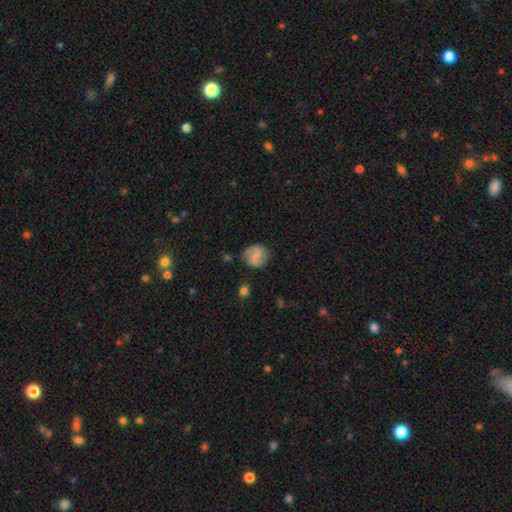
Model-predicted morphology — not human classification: Smooth or featured? Predicted: featured or disk (p=0.49). Merging? Predicted: none (p=0.79).